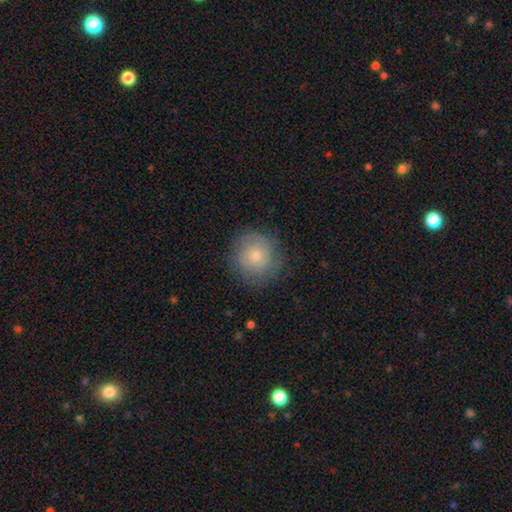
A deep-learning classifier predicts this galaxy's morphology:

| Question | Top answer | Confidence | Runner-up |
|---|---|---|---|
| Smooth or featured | smooth | 53% | featured or disk (37%) |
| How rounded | round | 92% | in between (7%) |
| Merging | none | 81% | minor disturbance (13%) |